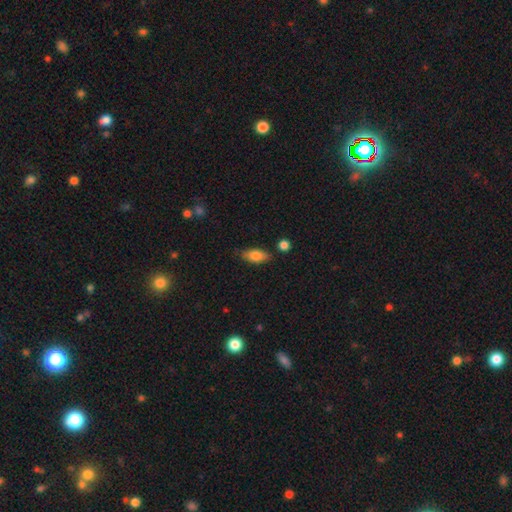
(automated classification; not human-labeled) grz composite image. It shows a smooth galaxy with no disk features (79%) that is in between round and cigar-shaped (84%). Merging: none (77%).